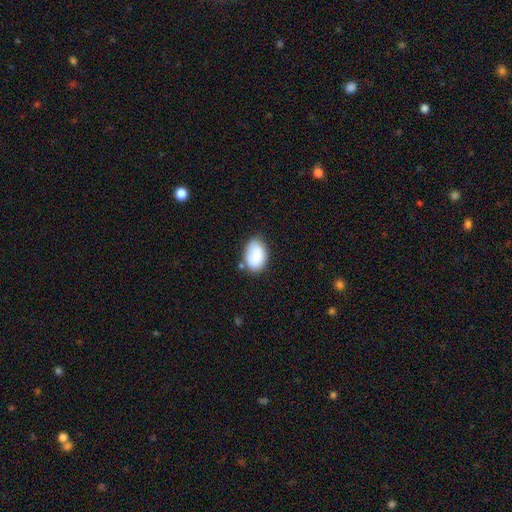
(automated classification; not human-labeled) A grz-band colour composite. It shows a smooth galaxy with no disk features (83%) that is in between round and cigar-shaped (88%). Merging: none (68%).